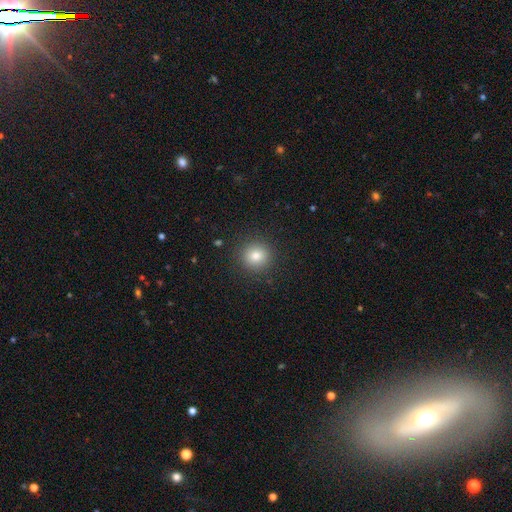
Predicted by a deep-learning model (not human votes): smooth-or-featured: smooth: 82% | star or artifact: 12% | featured or disk: 7%
  how-rounded: round: 92% | in between: 7% | cigar-shaped: 1%
  merging: none: 91% | minor disturbance: 6% | major disturbance: 2% | merger: 1%